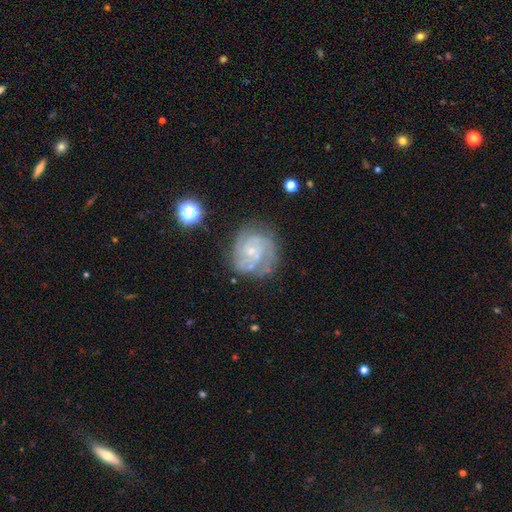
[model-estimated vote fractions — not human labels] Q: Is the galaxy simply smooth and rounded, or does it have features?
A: featured or disk — 81%.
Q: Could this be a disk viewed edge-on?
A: no — 98%.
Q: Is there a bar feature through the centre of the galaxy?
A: no — 70%.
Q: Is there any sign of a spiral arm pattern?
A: yes — 93%.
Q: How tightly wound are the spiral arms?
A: tight — 63%.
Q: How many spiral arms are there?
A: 3 — 29%.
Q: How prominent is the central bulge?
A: small — 76%.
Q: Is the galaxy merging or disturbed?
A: none — 70%.